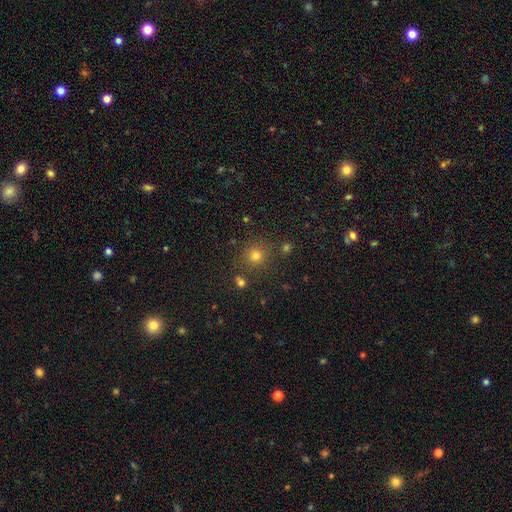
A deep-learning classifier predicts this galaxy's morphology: type=smooth (75%); roundness=round (93%); merging=none (83%).